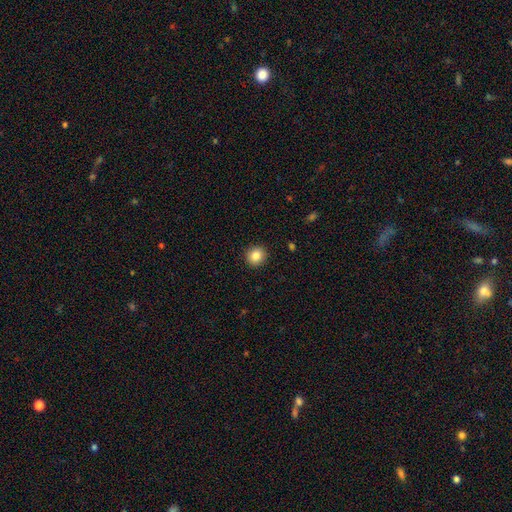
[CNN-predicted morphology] type=smooth (85%); roundness=round (89%); merging=none (92%).